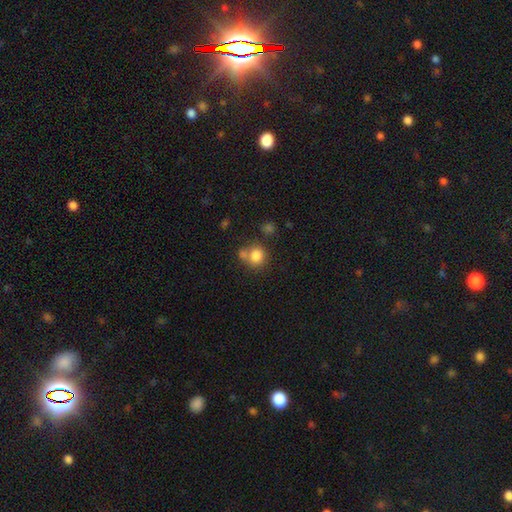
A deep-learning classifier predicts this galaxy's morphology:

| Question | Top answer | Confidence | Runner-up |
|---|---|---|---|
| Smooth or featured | smooth | 82% | star or artifact (10%) |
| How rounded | round | 83% | in between (16%) |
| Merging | none | 54% | merger (27%) |